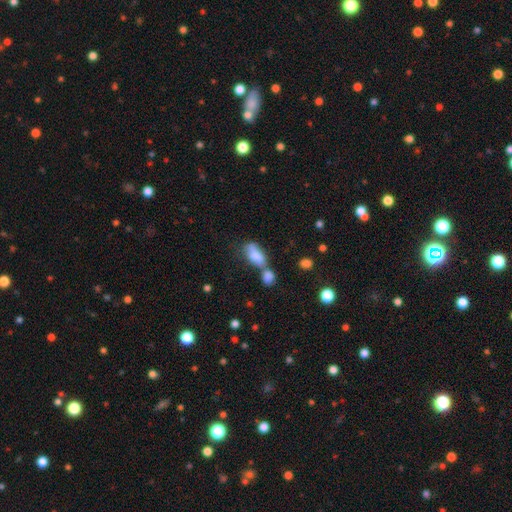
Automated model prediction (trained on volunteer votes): Morphology: type=smooth (77%); roundness=in between (81%); merging=merger (53%).